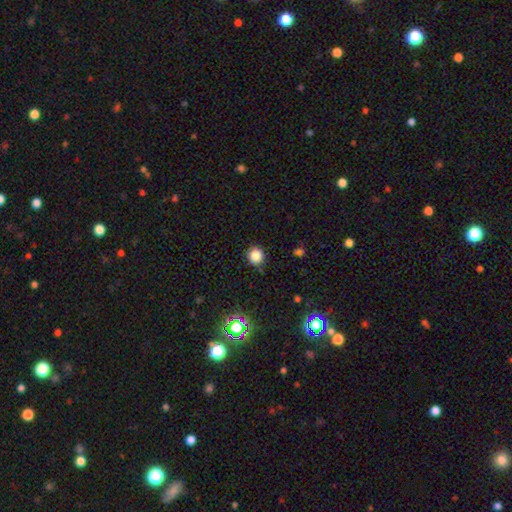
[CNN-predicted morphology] Overall: smooth (83%). How rounded: round (92%). Merging: none (88%).